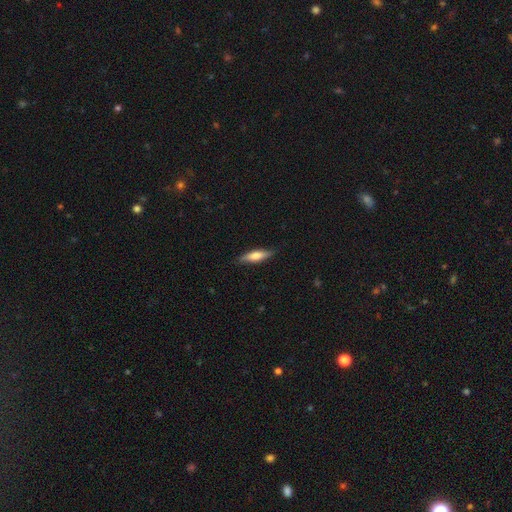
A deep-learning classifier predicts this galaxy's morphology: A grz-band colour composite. It shows a smooth galaxy with no disk features (62%) that is cigar-shaped (67%). Merging: none (84%).